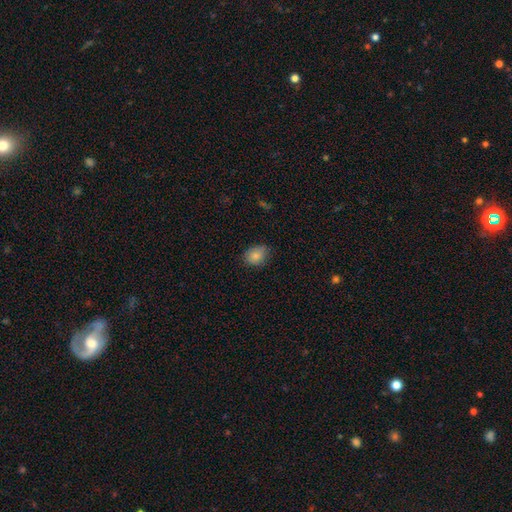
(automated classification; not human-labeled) A smooth galaxy with no disk features (85%) that is in between round and cigar-shaped (63%). Merging: none (75%).